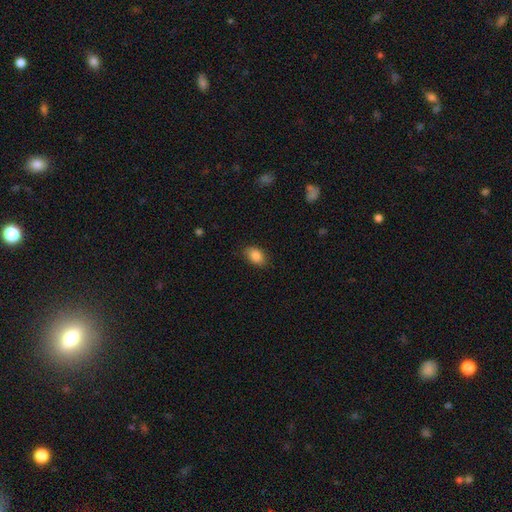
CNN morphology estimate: Smooth or featured: smooth — 87% (star or artifact — 8%)
How rounded: in between — 86% (round — 12%)
Merging: none — 84% (minor disturbance — 12%)